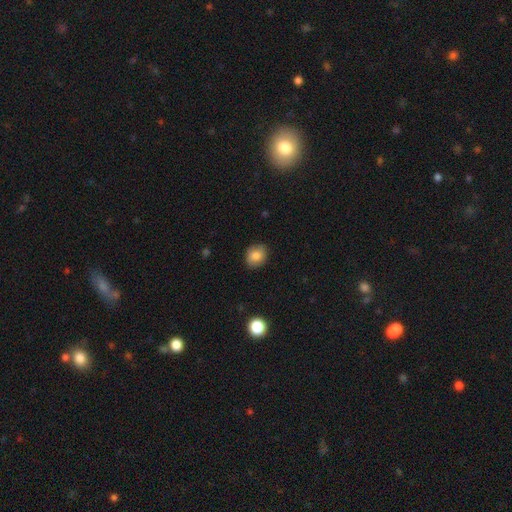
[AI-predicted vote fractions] Smooth or featured? Predicted: smooth (p=0.83). How rounded? Predicted: round (p=0.65). Merging? Predicted: none (p=0.86).